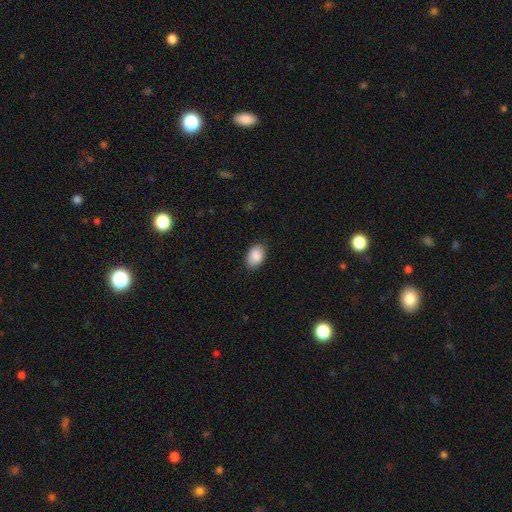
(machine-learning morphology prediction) This appears to be a smooth galaxy with no disk features (89%) that is in between round and cigar-shaped (88%). Merging: none (84%).